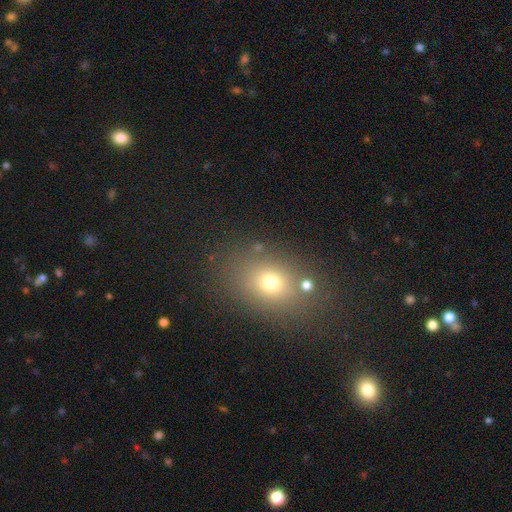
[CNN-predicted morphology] Q: Smooth or featured?
A: smooth (64%); runner-up: star or artifact (24%)
Q: How rounded?
A: in between (57%); runner-up: round (41%)
Q: Merging?
A: none (77%); runner-up: minor disturbance (11%)